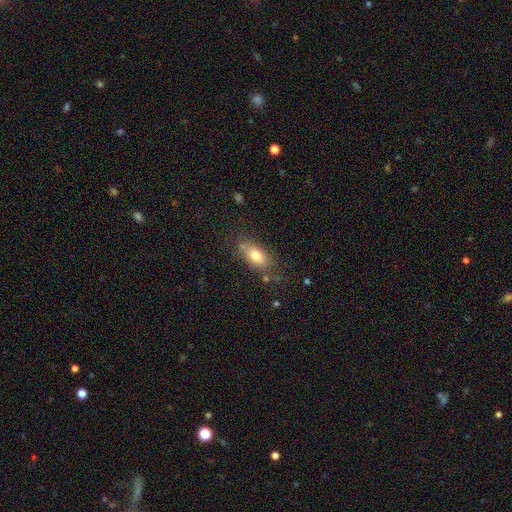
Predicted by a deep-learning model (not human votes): Smooth or featured?
  - smooth: 76% *
  - featured or disk: 16%
  - star or artifact: 8%
How rounded?
  - in between: 86% *
  - cigar-shaped: 8%
  - round: 6%
Merging?
  - none: 72% *
  - minor disturbance: 18%
  - merger: 5%
  - major disturbance: 5%